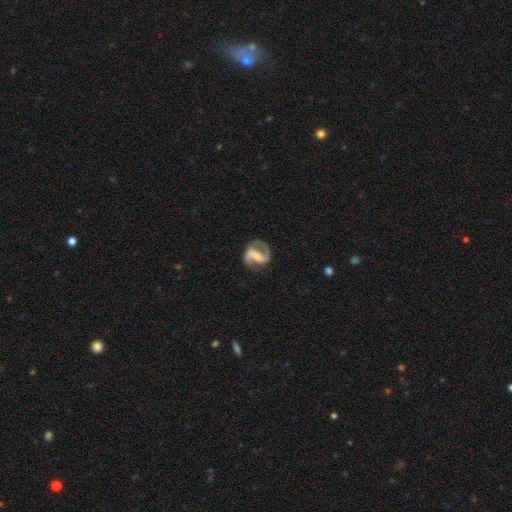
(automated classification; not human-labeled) Overall: featured or disk (89%). Edge-on disk: no (98%). Bar: strong (53%; weak 32%). Spiral arms: yes (96%). Spiral arm count: 2 (93%). Spiral winding: medium (54%; loose 26%). Bulge size: small (47%; moderate 39%). Merging: none (79%).